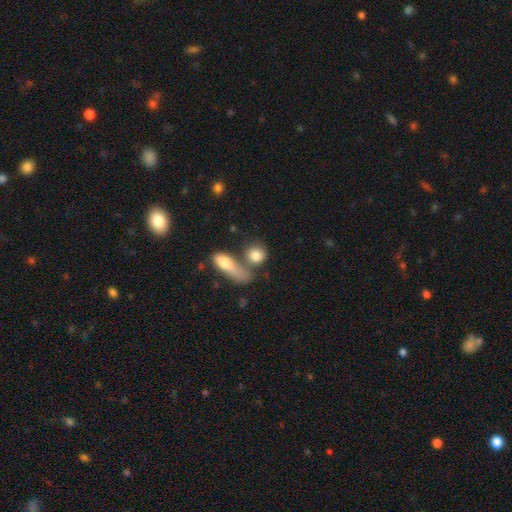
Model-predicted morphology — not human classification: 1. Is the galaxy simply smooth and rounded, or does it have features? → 80% smooth, 12% featured or disk, 8% star or artifact.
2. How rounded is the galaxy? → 65% round, 28% in between, 7% cigar-shaped.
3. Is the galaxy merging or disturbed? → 45% none, 33% merger, 13% minor disturbance, 9% major disturbance.